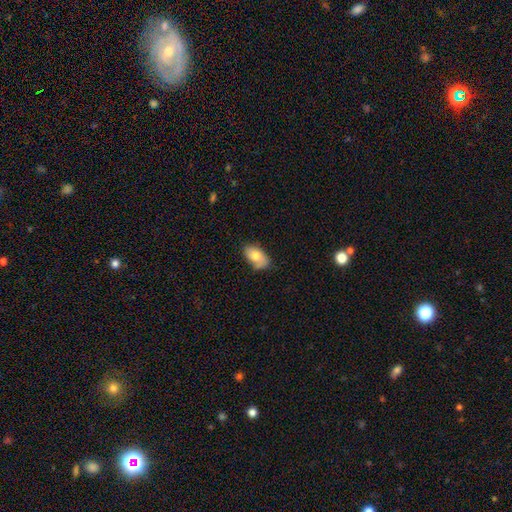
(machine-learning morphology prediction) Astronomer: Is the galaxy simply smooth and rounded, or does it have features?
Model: smooth — 72%.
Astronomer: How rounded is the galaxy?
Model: in between — 92%.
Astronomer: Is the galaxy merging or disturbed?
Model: none — 62%.